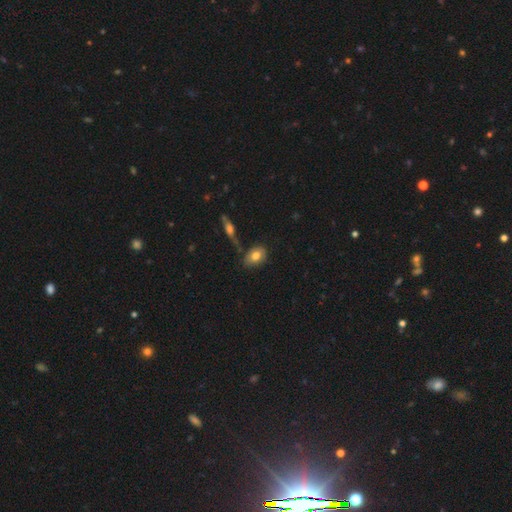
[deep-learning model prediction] Overall: smooth (78%). How rounded: in between (80%). Merging: none (66%).